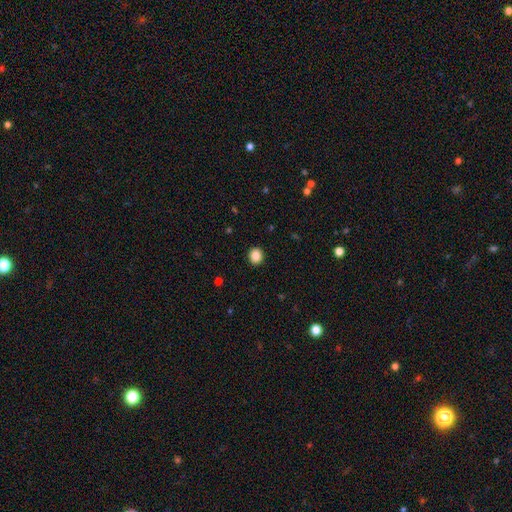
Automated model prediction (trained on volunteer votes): Morphology: type=smooth (87%); roundness=round (76%); merging=none (92%).